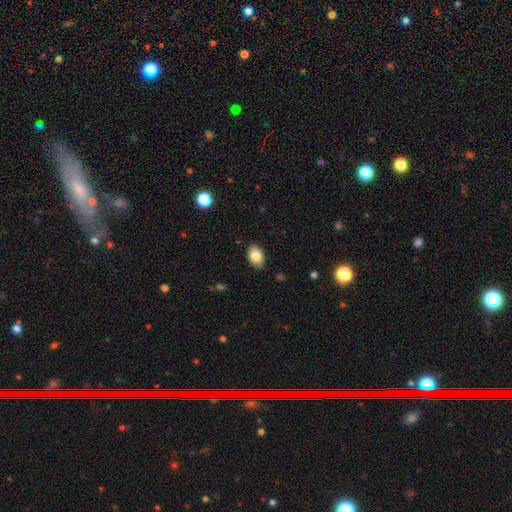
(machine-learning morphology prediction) Smooth or featured? Predicted: smooth (p=0.84). How rounded? Predicted: in between (p=0.86). Merging? Predicted: none (p=0.87).